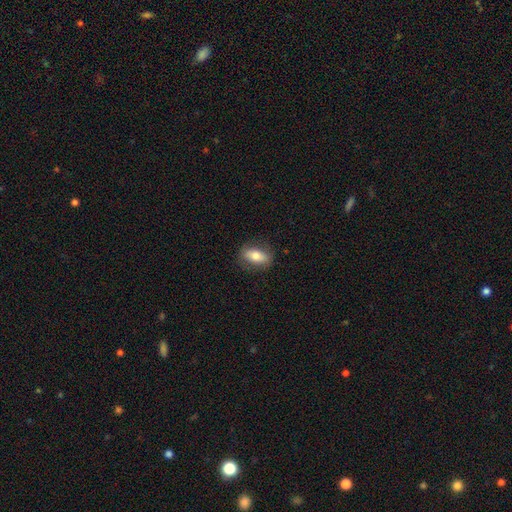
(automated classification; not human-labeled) Morphology: type=smooth (69%); roundness=in between (81%); merging=none (82%).